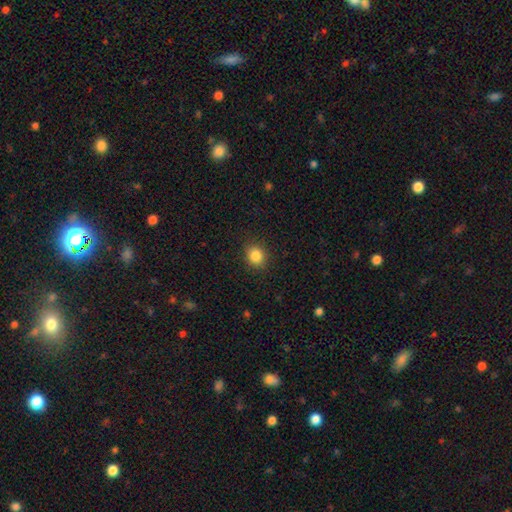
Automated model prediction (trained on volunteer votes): A smooth galaxy with no disk features (85%) that is round (75%). Merging: none (89%).